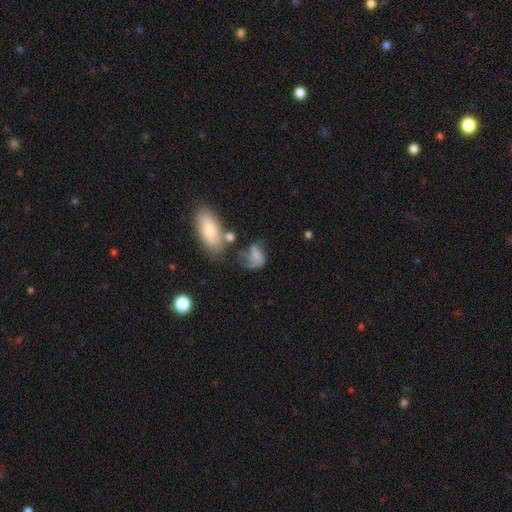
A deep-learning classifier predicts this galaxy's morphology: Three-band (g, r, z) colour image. It shows a smooth galaxy with no disk features (61%) that is in between round and cigar-shaped (69%). Merging: major disturbance (31%).